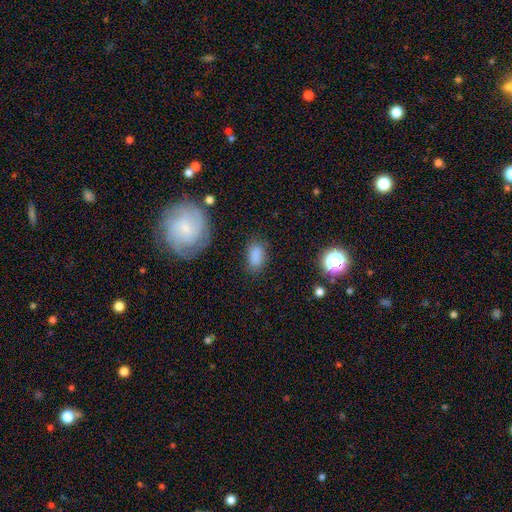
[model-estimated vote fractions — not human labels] The model was most divided on "merging": none: 76%, minor disturbance: 16%, major disturbance: 5%, merger: 3%. More confident: how rounded — in between (90%); smooth or featured — smooth (84%).